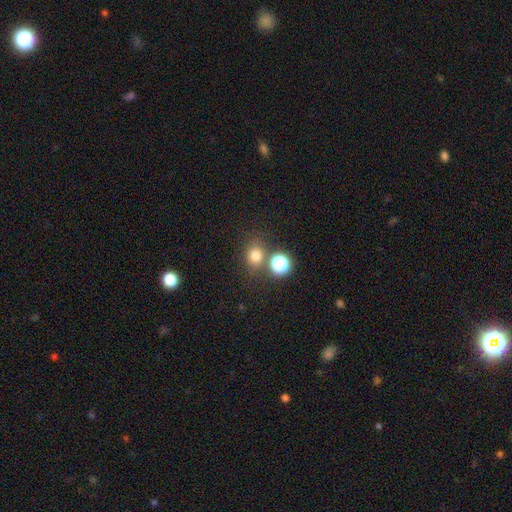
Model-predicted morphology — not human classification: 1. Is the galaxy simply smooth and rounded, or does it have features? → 74% smooth, 19% star or artifact, 7% featured or disk.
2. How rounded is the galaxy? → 72% round, 27% in between, 1% cigar-shaped.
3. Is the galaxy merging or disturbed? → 70% none, 16% merger, 10% minor disturbance, 4% major disturbance.